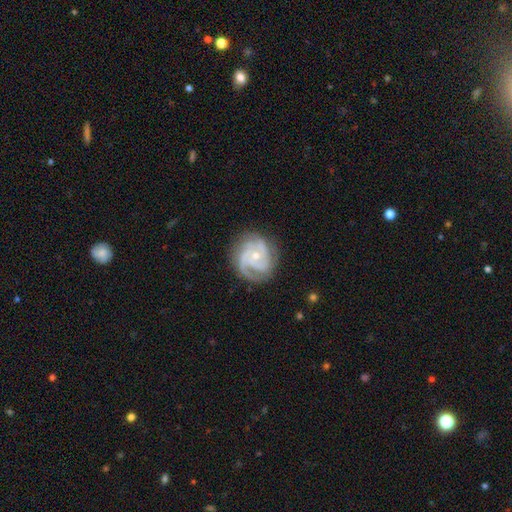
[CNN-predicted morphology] smooth_or_featured: featured or disk (p=0.89) [alt: smooth p=0.06]
disk_edge_on: no (p=0.98) [alt: yes p=0.02]
bar: no (p=0.70) [alt: weak p=0.24]
has_spiral_arms: yes (p=0.98) [alt: no p=0.02]
spiral_winding: tight (p=0.55) [alt: medium p=0.38]
spiral_arm_count: 3 (p=0.53) [alt: 2 p=0.20]
bulge_size: small (p=0.62) [alt: moderate p=0.35]
merging: none (p=0.75) [alt: minor disturbance p=0.16]